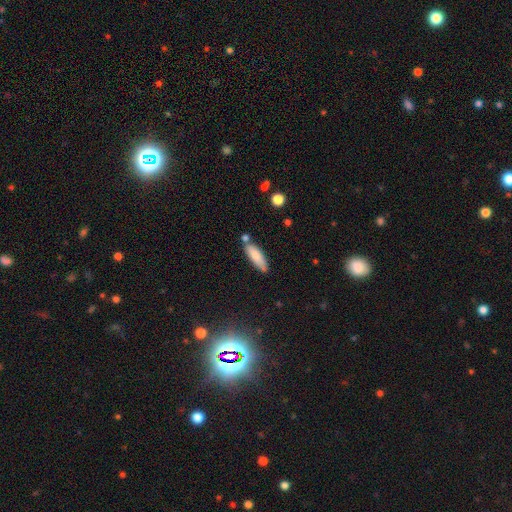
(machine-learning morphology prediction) smooth_or_featured: smooth (p=0.82) [alt: featured or disk p=0.11]
how_rounded: in between (p=0.49) [tied with: cigar-shaped p=0.49]
merging: none (p=0.68) [alt: minor disturbance p=0.18]